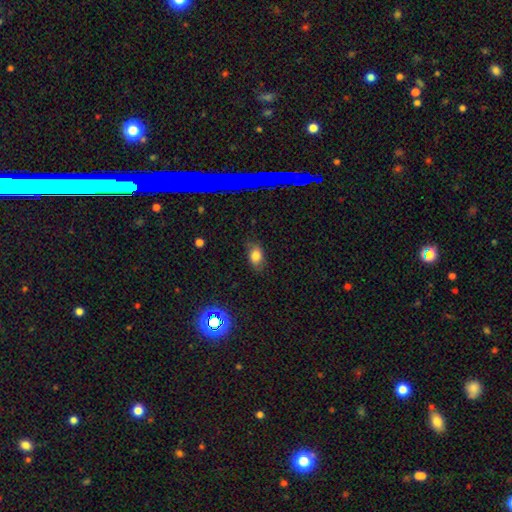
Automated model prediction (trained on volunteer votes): Q: Smooth or featured?
A: smooth (76%); runner-up: star or artifact (14%)
Q: How rounded?
A: in between (83%); runner-up: round (15%)
Q: Merging?
A: none (74%); runner-up: minor disturbance (20%)